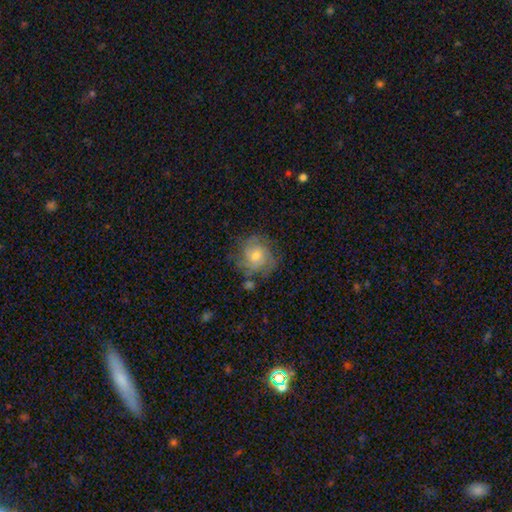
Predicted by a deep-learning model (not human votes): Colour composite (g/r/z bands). It shows a featured or disk galaxy (67%) with no bar (70%), tight (54%) spiral arms (88%) and a moderate central bulge (49%). Merging: none (68%).